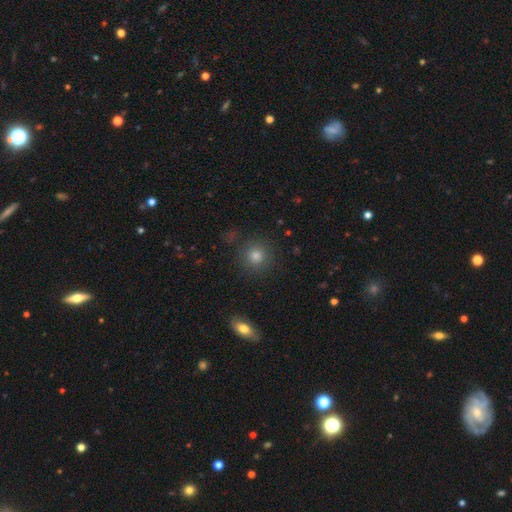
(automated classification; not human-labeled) Q: Smooth or featured?
A: smooth (78%); runner-up: star or artifact (15%)
Q: How rounded?
A: round (91%); runner-up: in between (8%)
Q: Merging?
A: none (87%); runner-up: minor disturbance (8%)